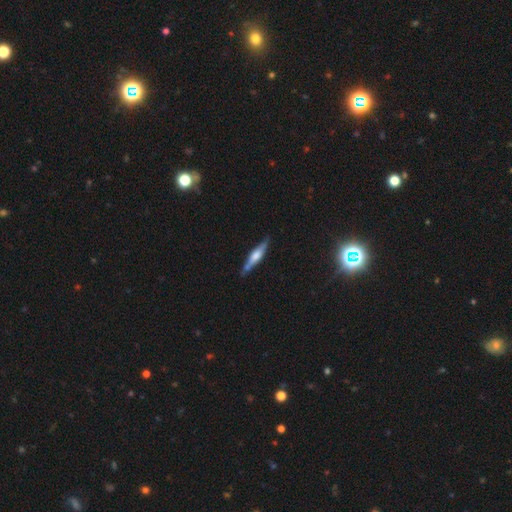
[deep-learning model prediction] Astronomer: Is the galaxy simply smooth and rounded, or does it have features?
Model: featured or disk — 63%.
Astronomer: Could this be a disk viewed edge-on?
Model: yes — 95%.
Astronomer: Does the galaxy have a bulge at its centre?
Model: rounded — 62%.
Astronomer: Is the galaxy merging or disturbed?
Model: none — 80%.